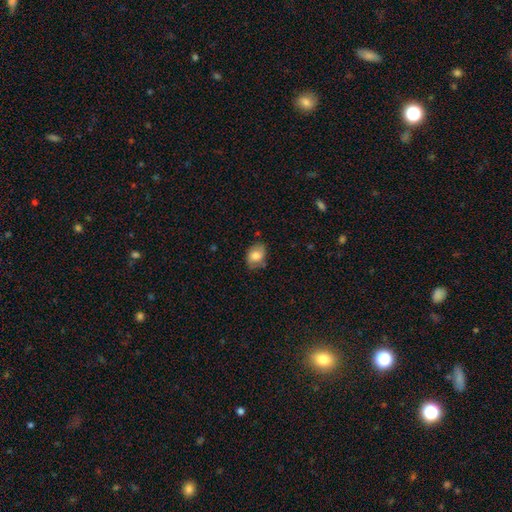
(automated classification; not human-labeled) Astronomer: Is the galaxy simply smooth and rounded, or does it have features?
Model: smooth — 76%.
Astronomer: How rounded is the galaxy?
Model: in between — 73%.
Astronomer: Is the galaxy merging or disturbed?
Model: none — 74%.